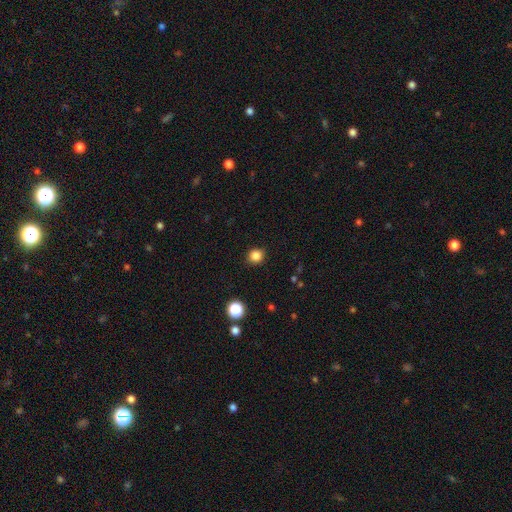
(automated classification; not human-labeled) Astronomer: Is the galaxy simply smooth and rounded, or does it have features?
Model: smooth — 84%.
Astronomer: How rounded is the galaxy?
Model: round — 89%.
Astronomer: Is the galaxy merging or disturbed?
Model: none — 90%.